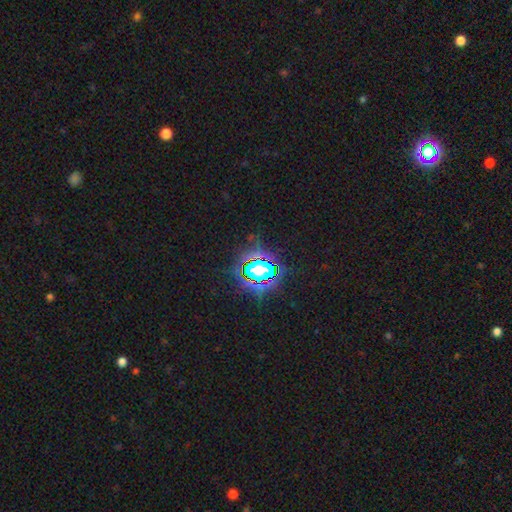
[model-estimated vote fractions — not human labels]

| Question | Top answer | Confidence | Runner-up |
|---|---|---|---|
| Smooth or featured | star or artifact | 81% | smooth (11%) |